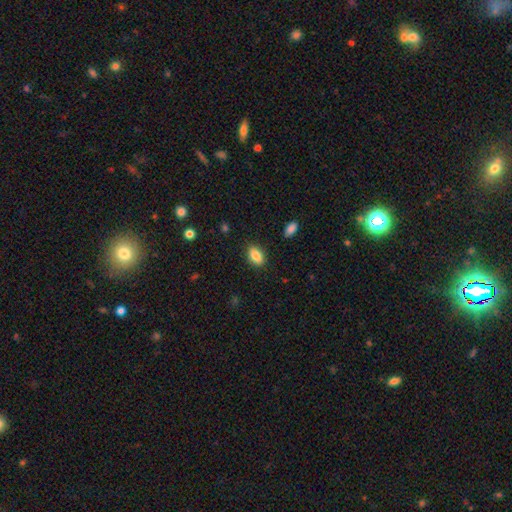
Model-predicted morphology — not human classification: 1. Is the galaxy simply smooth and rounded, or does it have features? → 86% smooth, 8% star or artifact, 6% featured or disk.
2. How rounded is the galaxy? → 90% in between, 7% round, 3% cigar-shaped.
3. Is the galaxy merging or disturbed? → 86% none, 11% minor disturbance, 3% major disturbance, 1% merger.